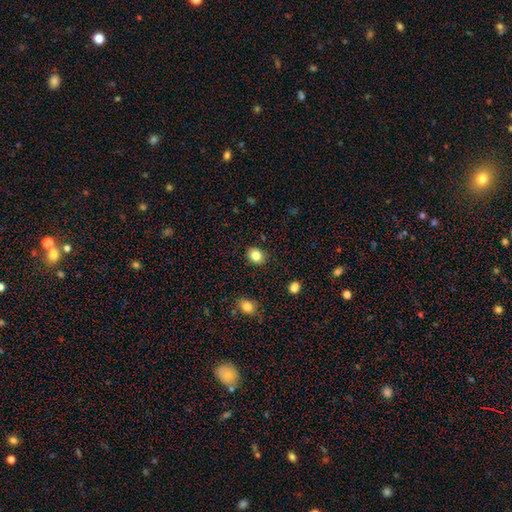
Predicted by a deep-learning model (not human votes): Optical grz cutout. It shows a smooth galaxy with no disk features (84%) that is round (65%). Merging: none (88%).